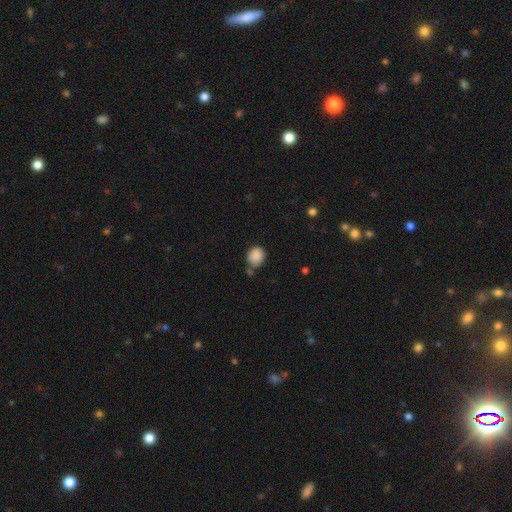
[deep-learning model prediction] A smooth galaxy with no disk features (88%) that is round (68%).

Vote fractions:
- Smooth or featured? smooth: 88% / star or artifact: 8% / featured or disk: 4%
- How rounded? round: 68% / in between: 31% / cigar-shaped: 1%
- Merging? none: 65% / minor disturbance: 18% / merger: 12% / major disturbance: 5%